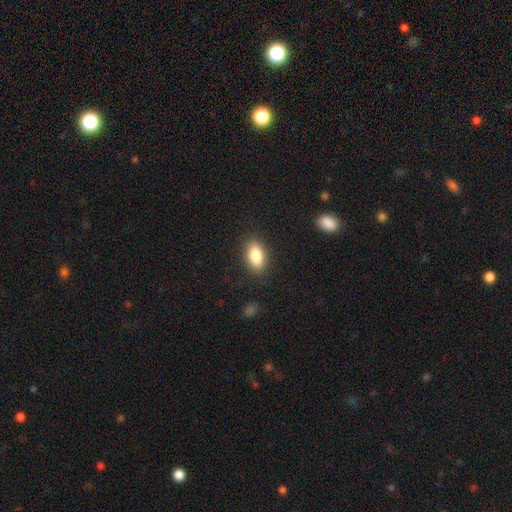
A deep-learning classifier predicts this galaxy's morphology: A smooth galaxy with no disk features (83%) that is in between round and cigar-shaped (88%).

Vote fractions:
- Smooth or featured? smooth: 83% / featured or disk: 9% / star or artifact: 8%
- How rounded? in between: 88% / round: 6% / cigar-shaped: 6%
- Merging? none: 87% / minor disturbance: 9% / major disturbance: 3% / merger: 1%